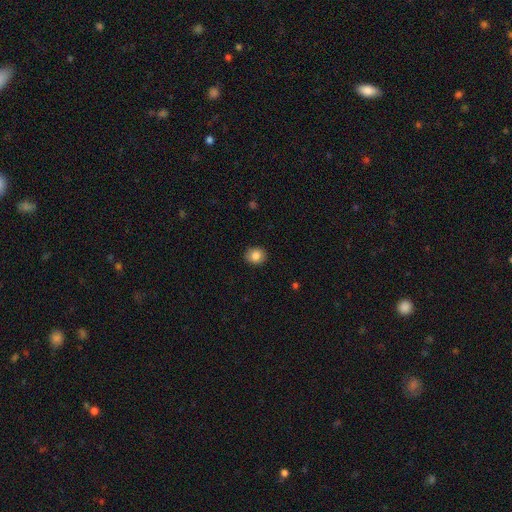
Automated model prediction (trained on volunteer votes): Smooth or featured? Predicted: smooth (p=0.84). How rounded? Predicted: round (p=0.66). Merging? Predicted: none (p=0.88).